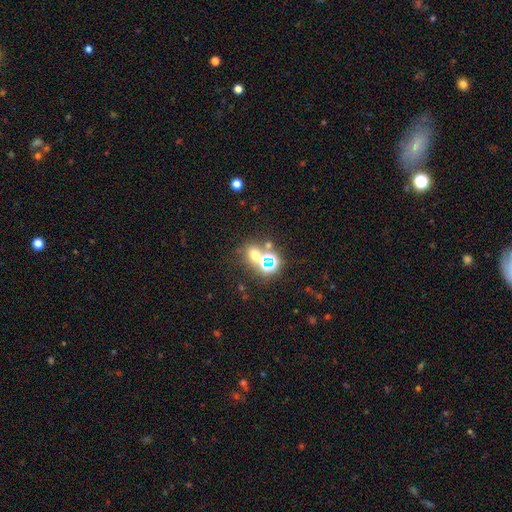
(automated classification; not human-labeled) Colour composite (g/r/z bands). It shows a smooth galaxy with no disk features (46%). Merging: none (59%).